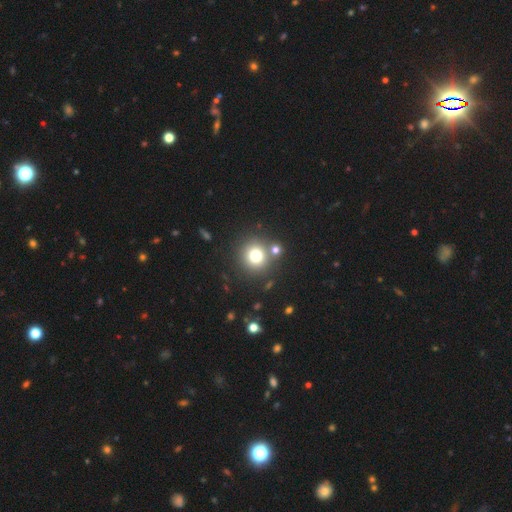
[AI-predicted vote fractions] Overall: smooth (74%). How rounded: round (92%). Merging: none (77%).